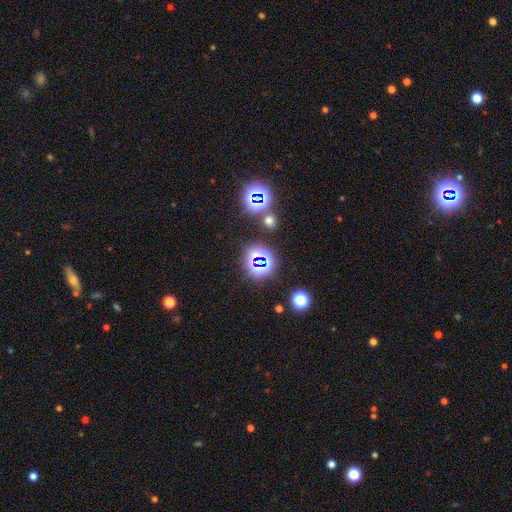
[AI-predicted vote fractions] Smooth or featured? Predicted: star or artifact (p=0.65).